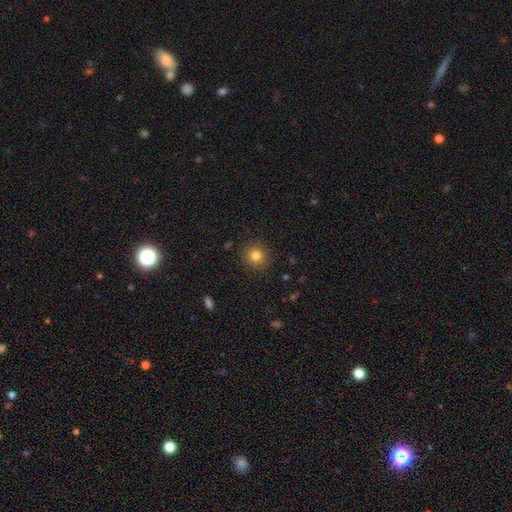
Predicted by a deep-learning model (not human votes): smooth 82%, star or artifact 12%, featured or disk 6%. Down the decision tree: how rounded — round (91%); merging — none (88%).